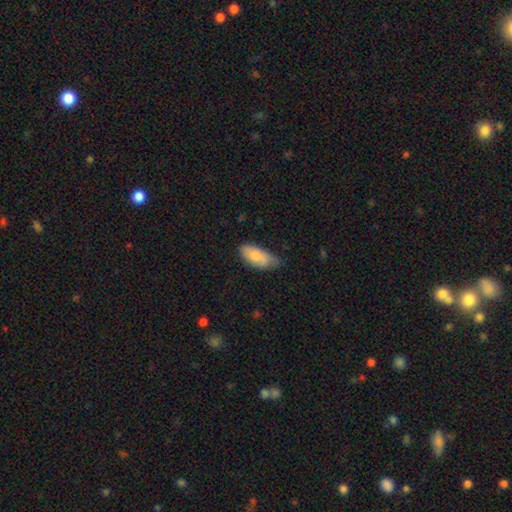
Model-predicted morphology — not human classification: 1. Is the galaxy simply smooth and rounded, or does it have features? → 75% smooth, 19% featured or disk, 7% star or artifact.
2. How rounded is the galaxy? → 88% in between, 9% cigar-shaped, 2% round.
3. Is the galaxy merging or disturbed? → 44% minor disturbance, 42% none, 10% major disturbance, 3% merger.